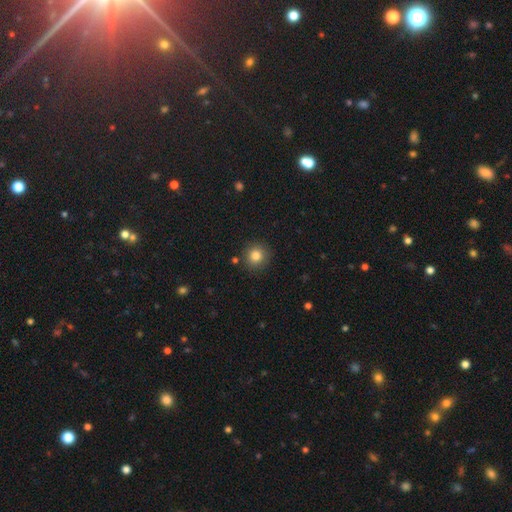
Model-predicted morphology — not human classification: Smooth or featured? smooth (83%)
How rounded? round (92%)
Merging? none (88%)